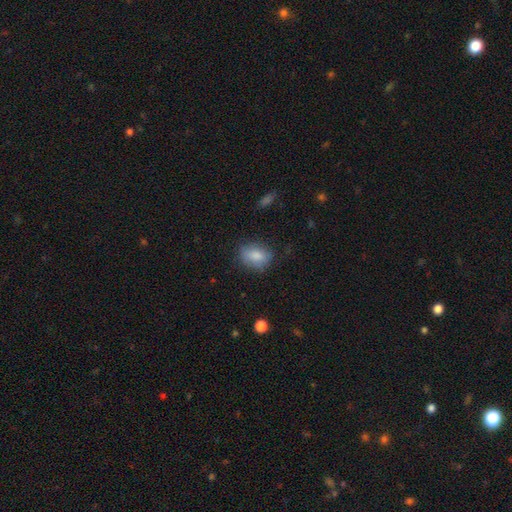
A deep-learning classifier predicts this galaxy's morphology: Smooth or featured? smooth (83%)
How rounded? in between (75%)
Merging? none (69%)